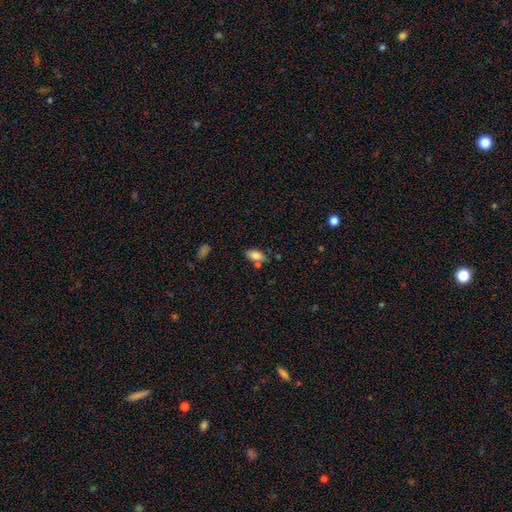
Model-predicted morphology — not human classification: type=smooth (80%); roundness=in between (89%); merging=none (65%).